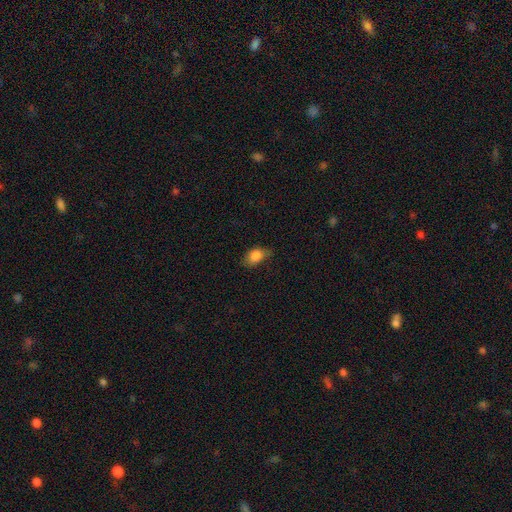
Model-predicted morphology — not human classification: A smooth galaxy with no disk features (85%) that is in between round and cigar-shaped (84%). Merging: none (60%).